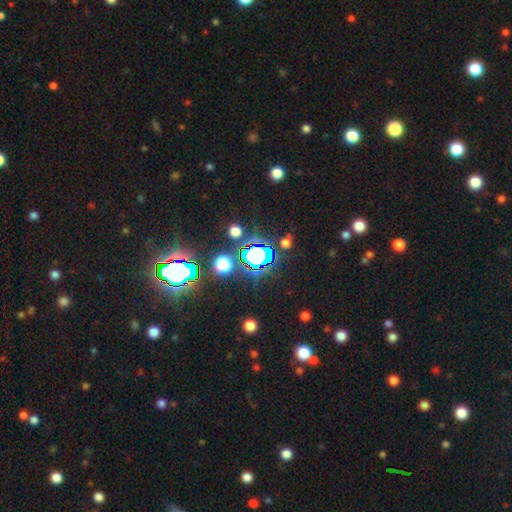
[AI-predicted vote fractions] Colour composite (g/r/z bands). It shows a star or artifact, not a galaxy (66%).